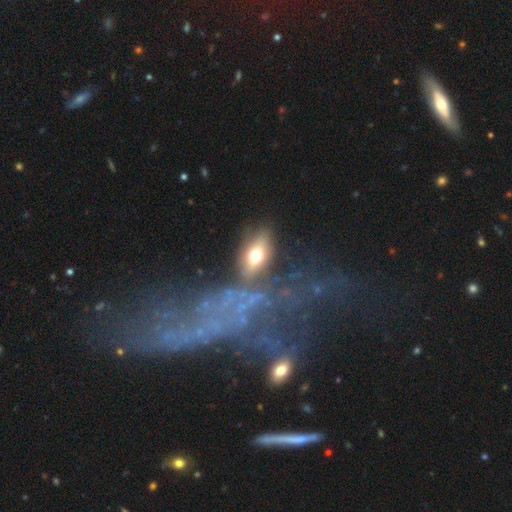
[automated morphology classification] Q: Smooth or featured?
A: smooth (55%); runner-up: featured or disk (33%)
Q: How rounded?
A: in between (77%); runner-up: cigar-shaped (12%)
Q: Merging?
A: none (63%); runner-up: minor disturbance (16%)